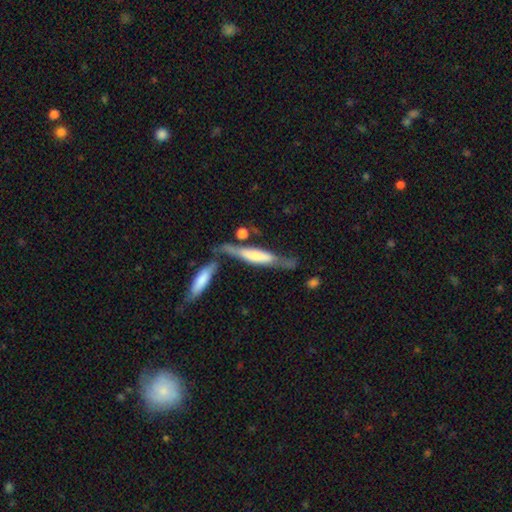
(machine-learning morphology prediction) featured or disk 50%, smooth 44%, star or artifact 6%. Down the decision tree: merging — none (46%).